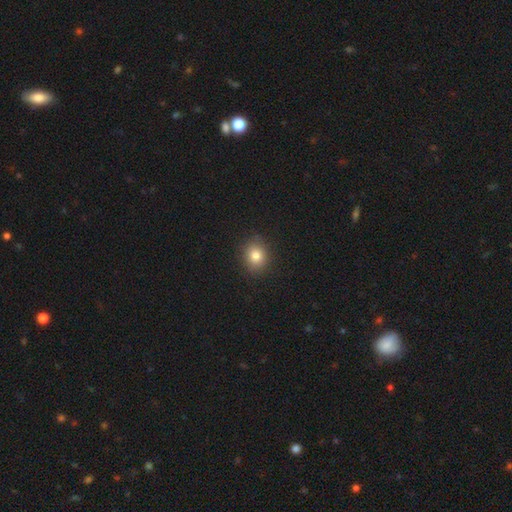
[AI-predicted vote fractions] A smooth galaxy with no disk features (82%) that is round (68%). Merging: none (88%).